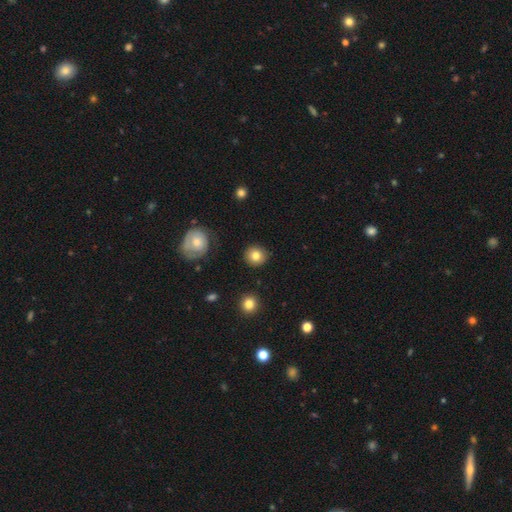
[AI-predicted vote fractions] Smooth or featured?
  - smooth: 82% *
  - featured or disk: 9%
  - star or artifact: 9%
How rounded?
  - round: 90% *
  - in between: 9%
  - cigar-shaped: 1%
Merging?
  - none: 89% *
  - minor disturbance: 7%
  - major disturbance: 3%
  - merger: 2%